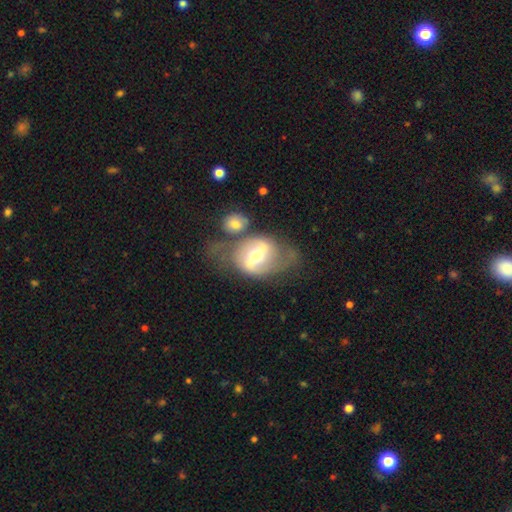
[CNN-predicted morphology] featured or disk 76%, smooth 18%, star or artifact 6%. Down the decision tree: edge-on disk — no (94%); bar — strong (58%); spiral arms — yes (79%); spiral arm count — 2 (86%); spiral winding — loose (47%); bulge size — moderate (61%); merging — none (49%).